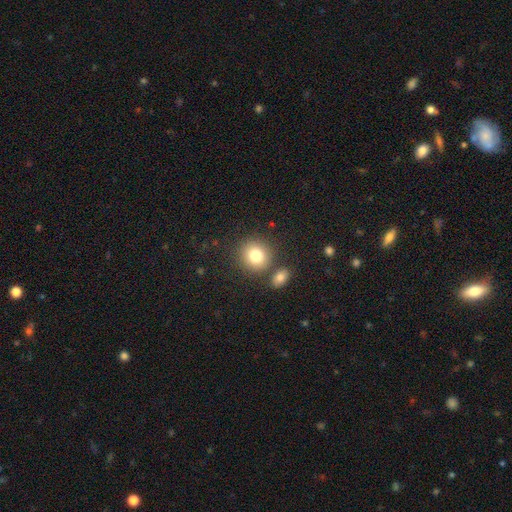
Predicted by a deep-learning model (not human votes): smooth 80%, star or artifact 10%, featured or disk 10%. Down the decision tree: how rounded — round (87%); merging — none (76%).